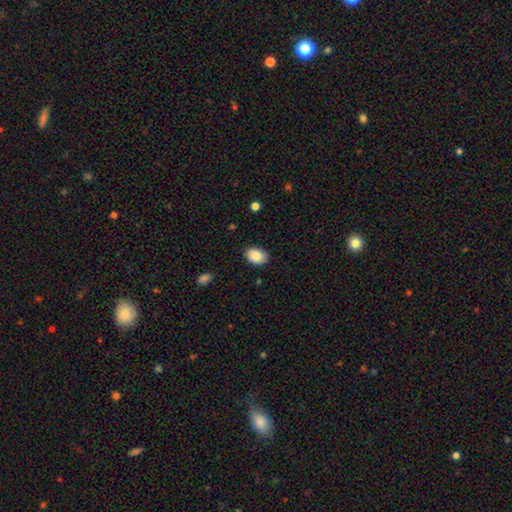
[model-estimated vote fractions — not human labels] A smooth galaxy with no disk features (87%) that is in between round and cigar-shaped (83%). Merging: none (85%).